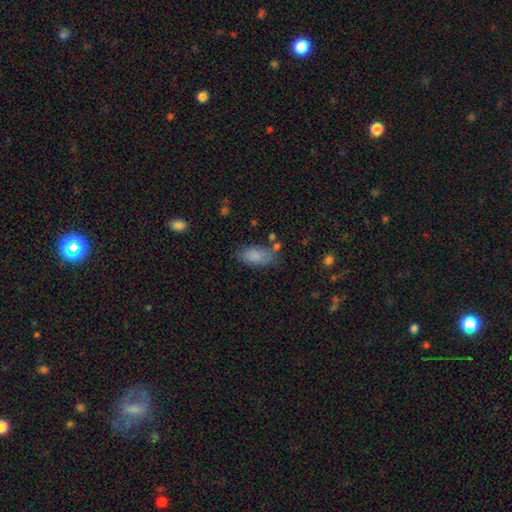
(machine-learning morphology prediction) Overall: smooth (84%). How rounded: in between (92%). Merging: none (62%; minor disturbance 23%).